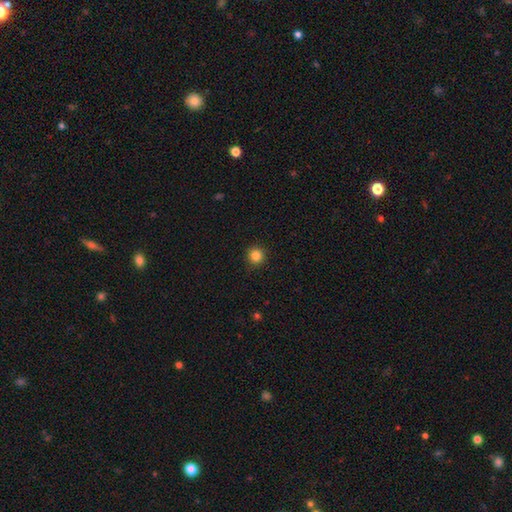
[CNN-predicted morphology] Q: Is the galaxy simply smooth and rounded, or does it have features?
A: smooth — 84%.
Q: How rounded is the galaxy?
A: round — 94%.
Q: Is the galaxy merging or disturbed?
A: none — 92%.